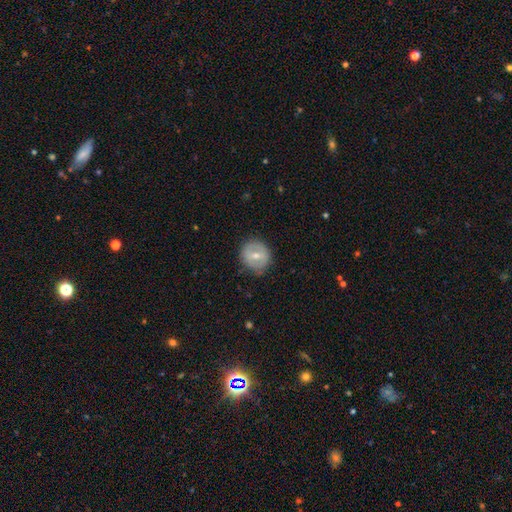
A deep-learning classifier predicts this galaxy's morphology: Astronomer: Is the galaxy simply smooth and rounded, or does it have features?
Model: smooth — 49% (runner-up: featured or disk, 44%).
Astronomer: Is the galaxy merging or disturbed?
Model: none — 80%.